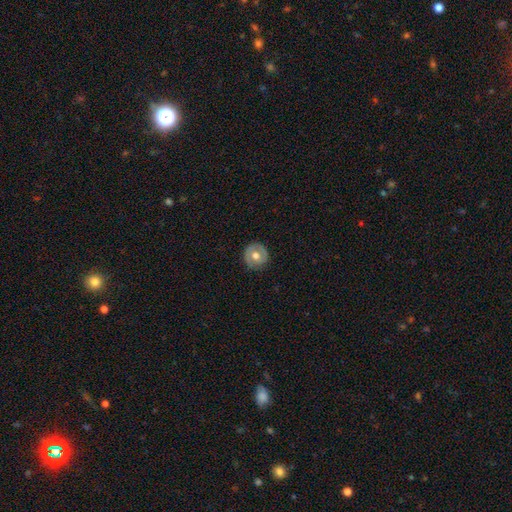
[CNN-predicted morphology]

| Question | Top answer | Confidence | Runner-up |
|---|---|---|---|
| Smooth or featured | smooth | 52% | featured or disk (42%) |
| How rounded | round | 92% | in between (7%) |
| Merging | none | 84% | minor disturbance (12%) |